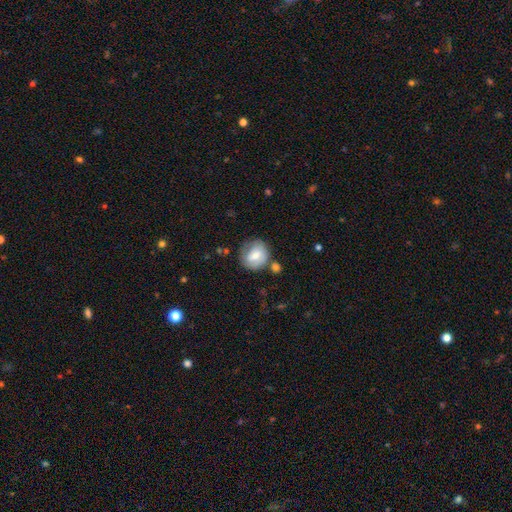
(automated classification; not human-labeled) The model was most divided on "smooth or featured": smooth: 62%, featured or disk: 30%, star or artifact: 7%. More confident: how rounded — round (74%); merging — none (63%).